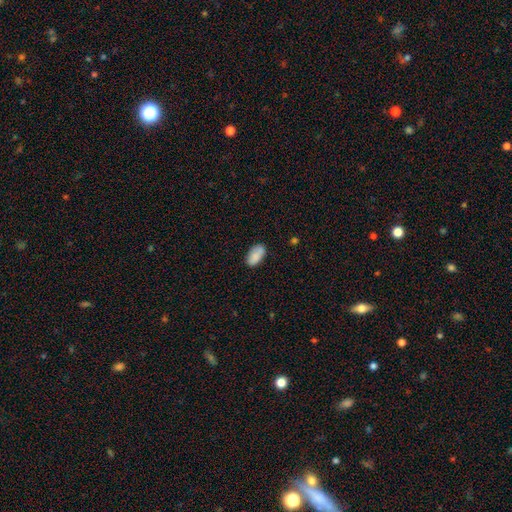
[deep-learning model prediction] Smooth or featured: smooth — 84% (featured or disk — 8%)
How rounded: in between — 94% (round — 4%)
Merging: none — 74% (minor disturbance — 18%)